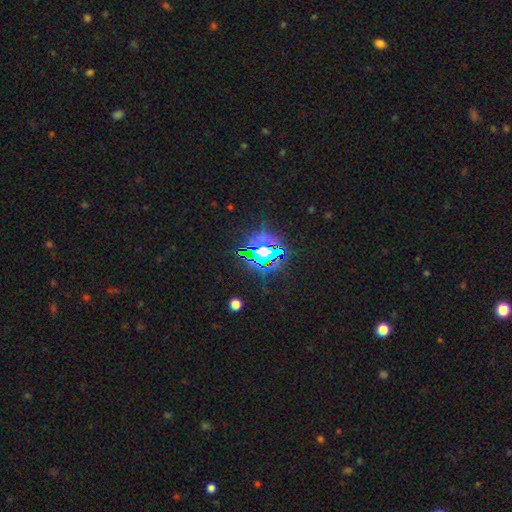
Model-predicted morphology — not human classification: smooth_or_featured: star or artifact (p=0.68) [alt: smooth p=0.20]